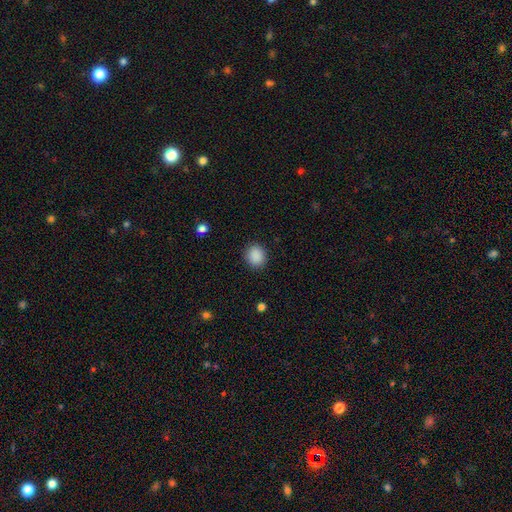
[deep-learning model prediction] smooth_or_featured: smooth (p=0.89) [alt: star or artifact p=0.08]
how_rounded: round (p=0.73) [alt: in between p=0.26]
merging: none (p=0.89) [alt: minor disturbance p=0.07]